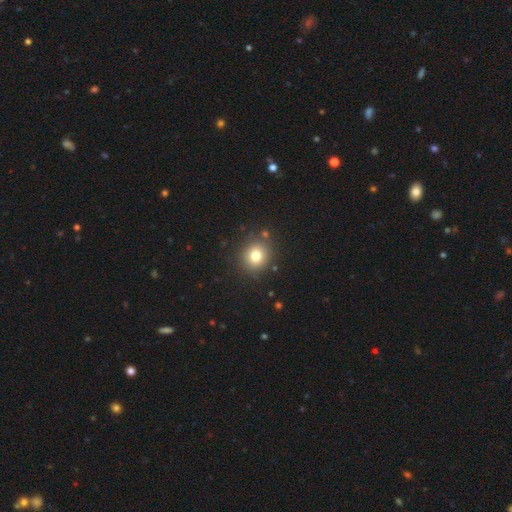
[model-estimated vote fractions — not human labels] Smooth or featured?
  - smooth: 78% *
  - star or artifact: 13%
  - featured or disk: 9%
How rounded?
  - round: 83% *
  - in between: 16%
  - cigar-shaped: 1%
Merging?
  - none: 85% *
  - minor disturbance: 8%
  - merger: 3%
  - major disturbance: 3%